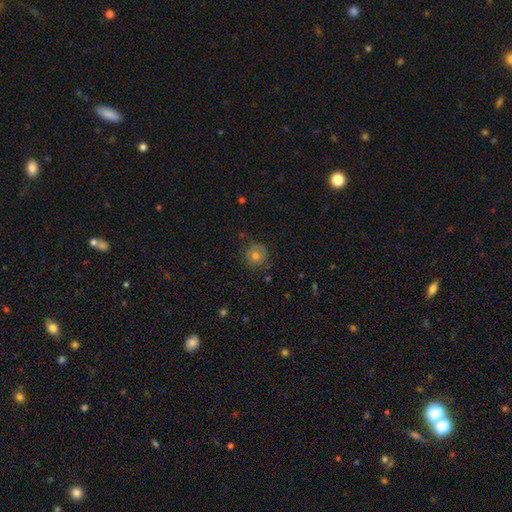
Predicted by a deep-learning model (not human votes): smooth_or_featured: smooth (p=0.62) [alt: featured or disk p=0.25]
how_rounded: round (p=0.93) [alt: in between p=0.06]
merging: none (p=0.78) [alt: minor disturbance p=0.16]